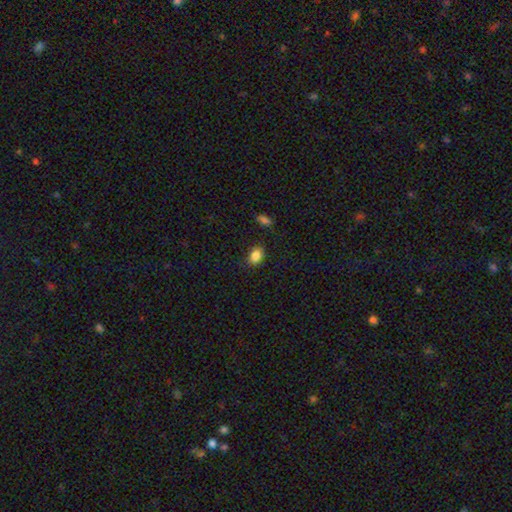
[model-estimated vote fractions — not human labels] This is clearly a smooth galaxy (85%). How rounded: likely in between (71%). Merging: clearly none (82%).